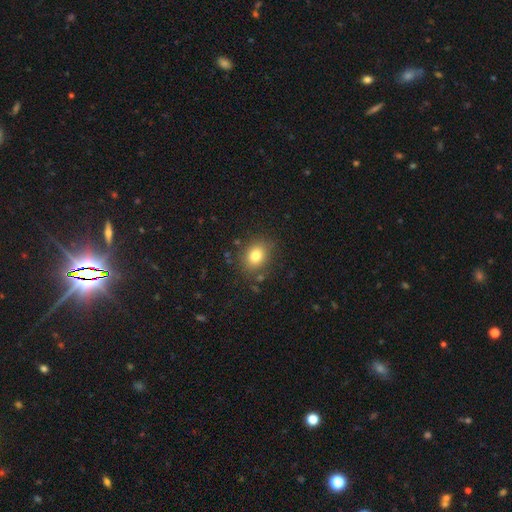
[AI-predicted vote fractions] A smooth galaxy with no disk features (80%) that is in between round and cigar-shaped (53%).

Vote fractions:
- Smooth or featured? smooth: 80% / star or artifact: 11% / featured or disk: 9%
- How rounded? in between: 53% / round: 46% / cigar-shaped: 1%
- Merging? none: 82% / minor disturbance: 12% / major disturbance: 4% / merger: 3%